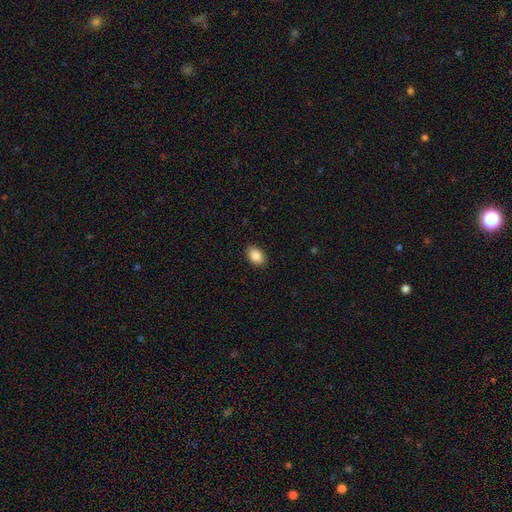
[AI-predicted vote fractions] Overall: smooth (88%). How rounded: in between (88%). Merging: none (90%).